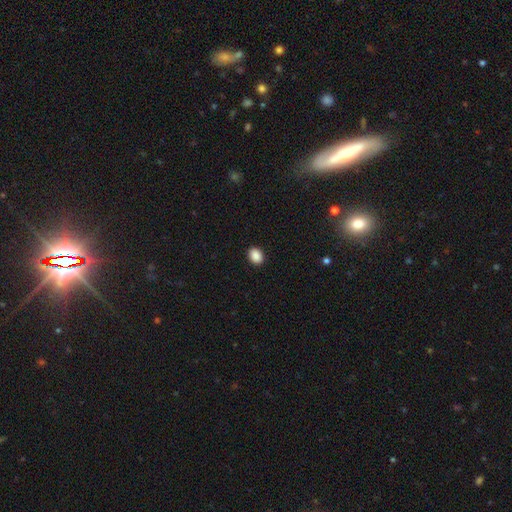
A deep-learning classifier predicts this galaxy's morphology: Overall: smooth (90%). How rounded: in between (54%; round 45%). Merging: none (92%).